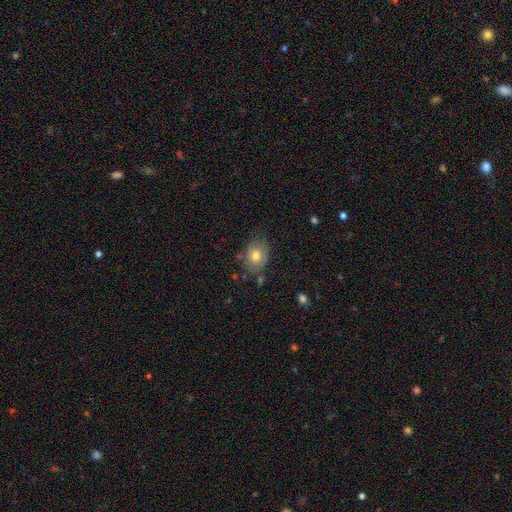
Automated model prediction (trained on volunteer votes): Smooth or featured: smooth — 74% (featured or disk — 17%)
How rounded: in between — 55% (round — 44%)
Merging: none — 61% (minor disturbance — 26%)